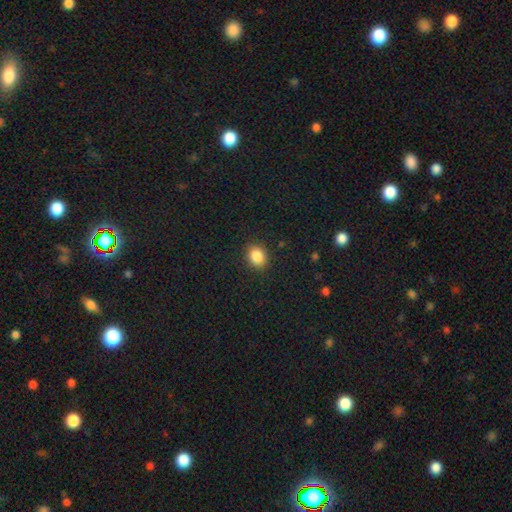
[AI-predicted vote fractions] Q: Smooth or featured?
A: smooth (86%); runner-up: star or artifact (10%)
Q: How rounded?
A: round (51%); runner-up: in between (48%)
Q: Merging?
A: none (89%); runner-up: minor disturbance (8%)